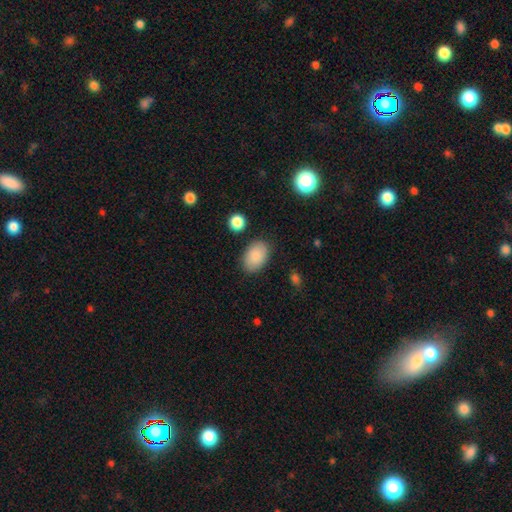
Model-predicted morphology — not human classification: A smooth galaxy with no disk features (87%) that is in between round and cigar-shaped (89%). Merging: none (84%).